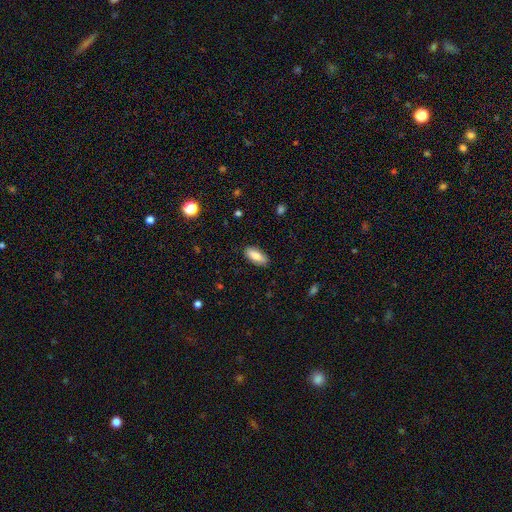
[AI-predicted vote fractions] This appears to be a smooth galaxy with no disk features (83%) that is in between round and cigar-shaped (79%). Merging: none (88%).